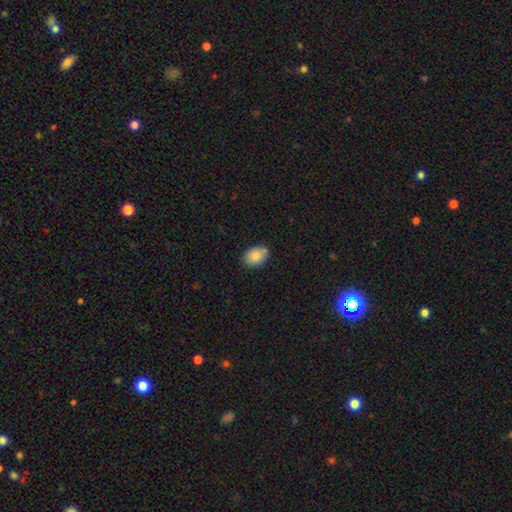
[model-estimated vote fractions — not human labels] Overall: smooth (88%). How rounded: in between (79%). Merging: none (79%).